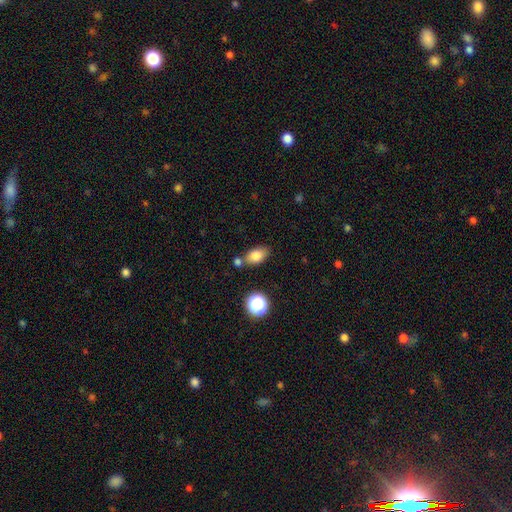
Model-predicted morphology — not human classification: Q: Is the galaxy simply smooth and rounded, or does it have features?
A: smooth — 81%.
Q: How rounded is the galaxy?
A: in between — 85%.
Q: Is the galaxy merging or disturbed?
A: none — 67%.